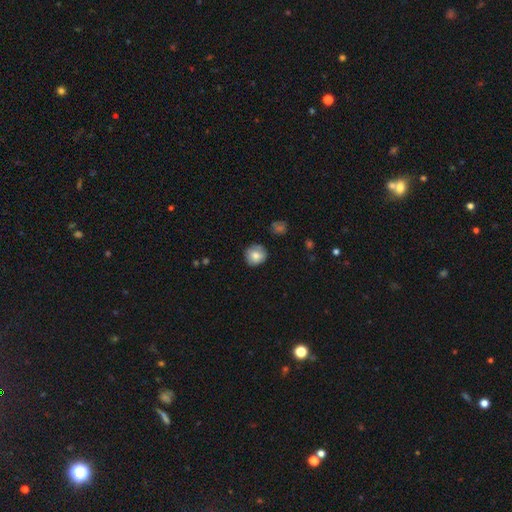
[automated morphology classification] Smooth or featured? Predicted: smooth (p=0.77). How rounded? Predicted: round (p=0.90). Merging? Predicted: none (p=0.80).